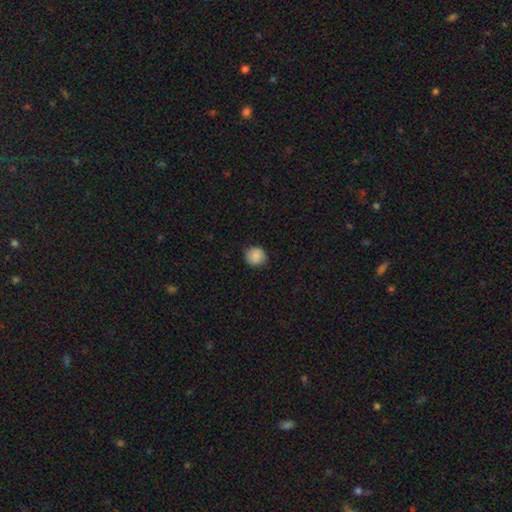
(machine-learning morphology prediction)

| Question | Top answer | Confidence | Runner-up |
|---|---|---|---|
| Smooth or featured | smooth | 87% | star or artifact (8%) |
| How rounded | round | 89% | in between (10%) |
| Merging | none | 87% | minor disturbance (9%) |